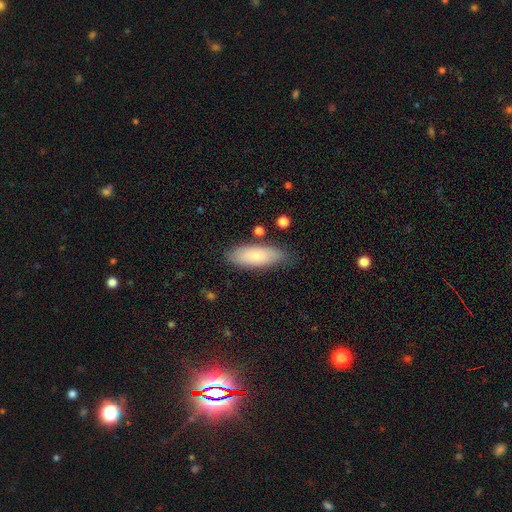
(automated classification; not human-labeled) Morphology: type=smooth (74%); roundness=in between (73%); merging=none (78%).